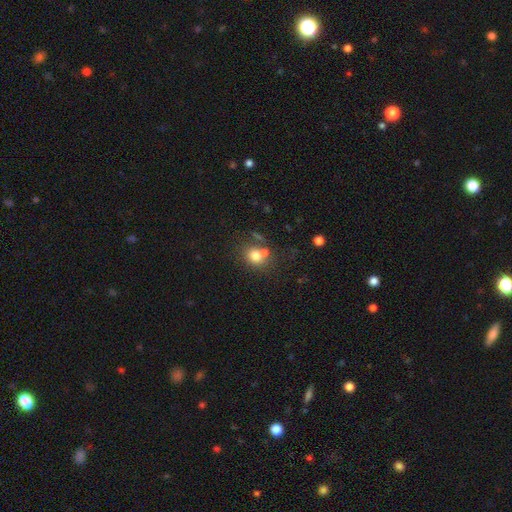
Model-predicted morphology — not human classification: A smooth galaxy with no disk features (75%) that is round (74%). Merging: none (55%).